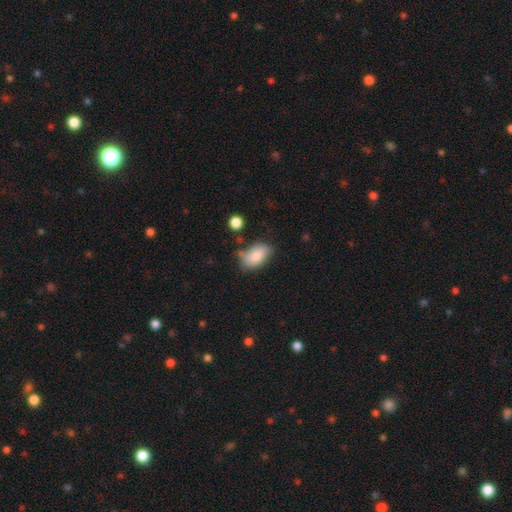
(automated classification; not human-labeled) smooth-or-featured: smooth: 81% | featured or disk: 11% | star or artifact: 8%
  how-rounded: in between: 91% | round: 7% | cigar-shaped: 2%
  merging: none: 58% | minor disturbance: 28% | major disturbance: 7% | merger: 6%